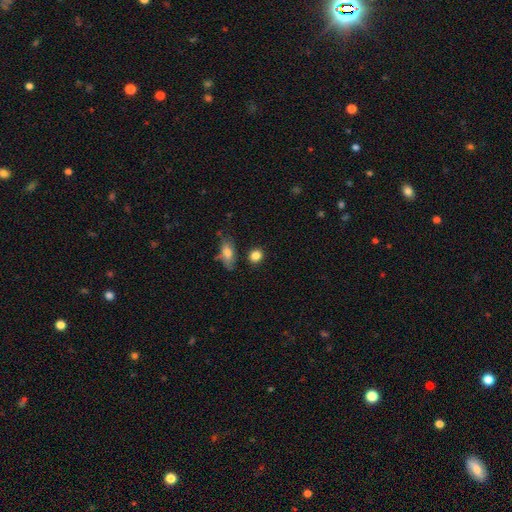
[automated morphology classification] Overall: smooth (85%). How rounded: round (66%; in between 31%). Merging: none (82%).